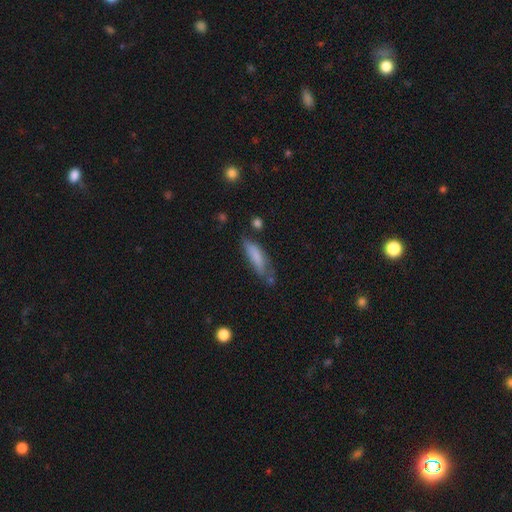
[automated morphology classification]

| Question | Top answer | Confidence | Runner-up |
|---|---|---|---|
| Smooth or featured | smooth | 73% | featured or disk (19%) |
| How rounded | cigar-shaped | 60% | in between (38%) |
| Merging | none | 53% | minor disturbance (30%) |